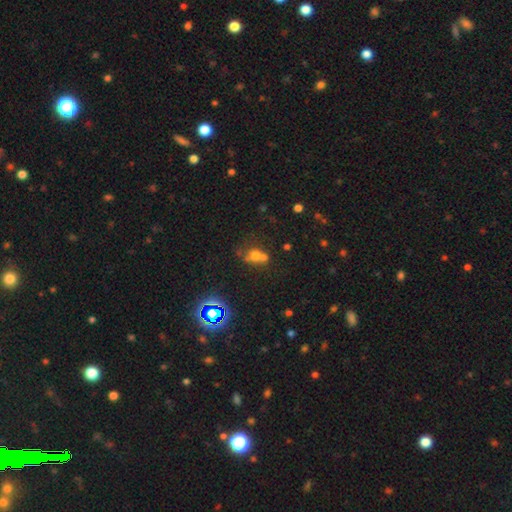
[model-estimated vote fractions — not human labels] Smooth or featured?
  - smooth: 59% *
  - star or artifact: 24%
  - featured or disk: 17%
How rounded?
  - round: 71% *
  - in between: 28%
  - cigar-shaped: 1%
Merging?
  - merger: 49% *
  - none: 36%
  - minor disturbance: 10%
  - major disturbance: 6%